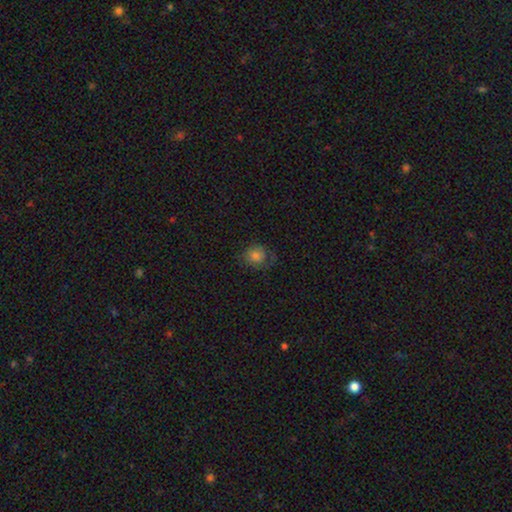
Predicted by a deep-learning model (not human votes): A smooth galaxy with no disk features (72%) that is round (74%). Merging: none (66%).